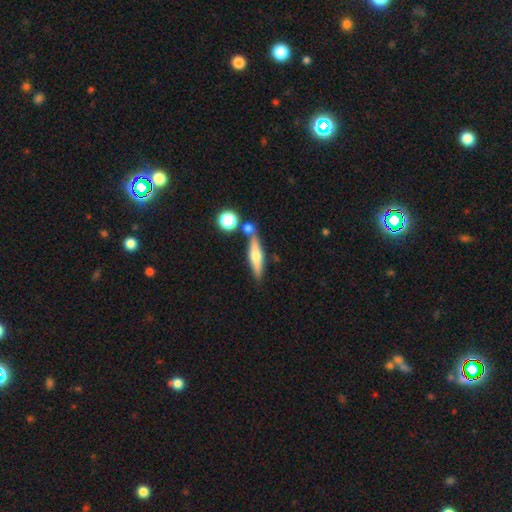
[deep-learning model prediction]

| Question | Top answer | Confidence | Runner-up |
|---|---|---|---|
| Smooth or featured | featured or disk | 53% | smooth (39%) |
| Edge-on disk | yes | 94% | no (6%) |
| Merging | none | 67% | merger (17%) |